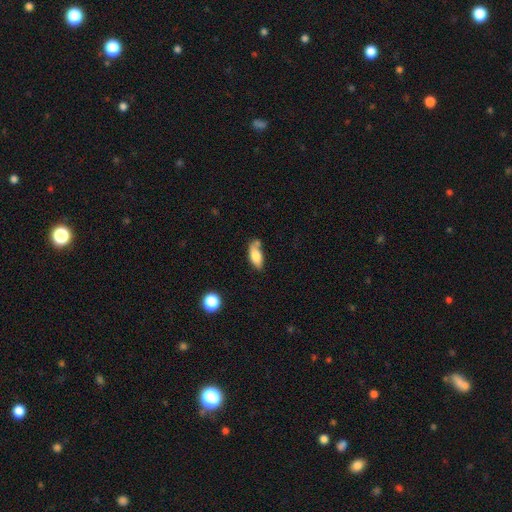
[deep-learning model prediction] This is likely a smooth galaxy (78%). How rounded: clearly in between (83%). Merging: possibly none (50%).